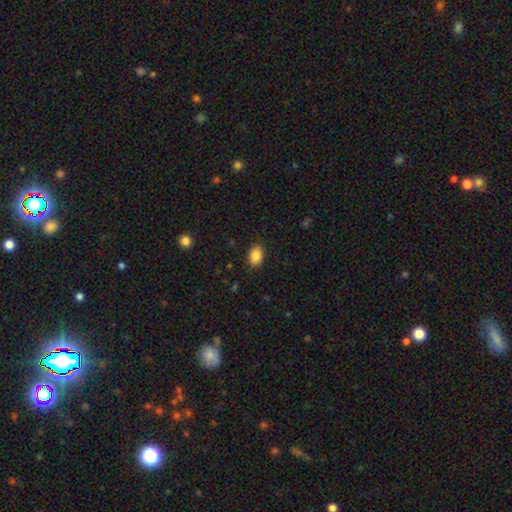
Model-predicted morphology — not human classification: This is clearly a smooth galaxy (88%). How rounded: clearly in between (82%). Merging: clearly none (88%).